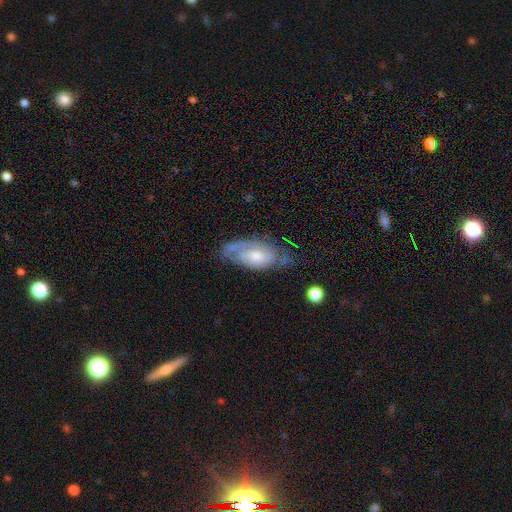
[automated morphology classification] type=featured or disk (64%); edge-on=no (90%); bar=no (70%); spiral arms=yes (77%); bulge=moderate (55%); merging=none (52%).